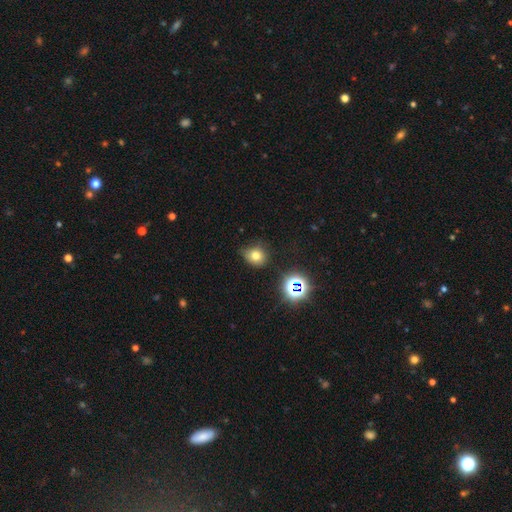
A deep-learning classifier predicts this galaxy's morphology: smooth 72%, star or artifact 19%, featured or disk 9%. Down the decision tree: how rounded — round (70%); merging — none (64%).